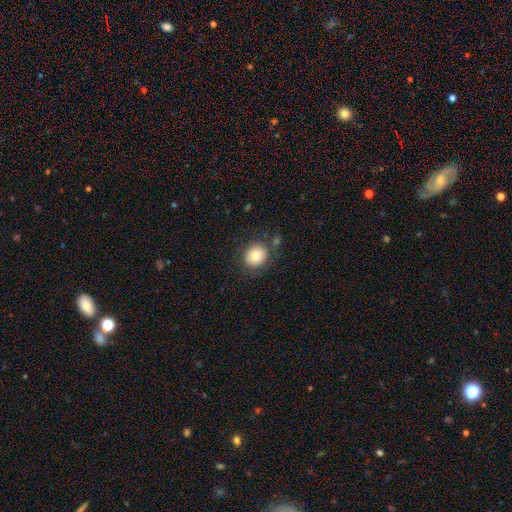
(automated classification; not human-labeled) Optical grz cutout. It shows a smooth galaxy with no disk features (77%) that is round (75%). Merging: none (80%).